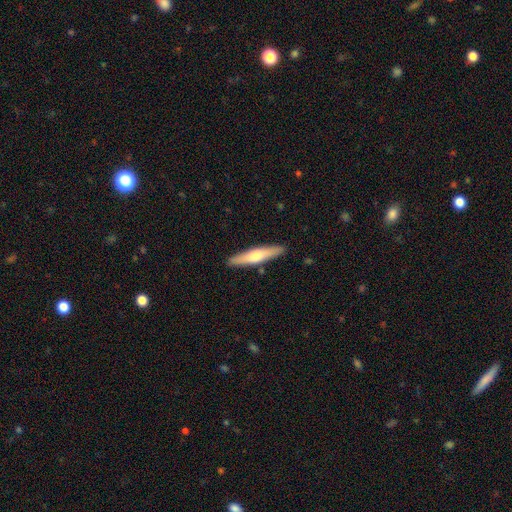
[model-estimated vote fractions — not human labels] smooth-or-featured: smooth: 50% | featured or disk: 45% | star or artifact: 5%
  merging: none: 89% | minor disturbance: 8% | merger: 2% | major disturbance: 2%